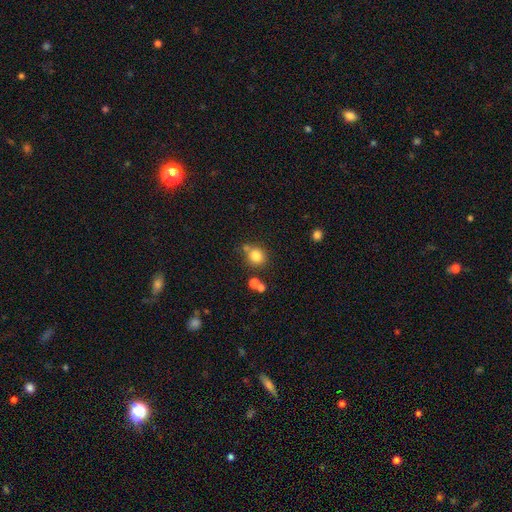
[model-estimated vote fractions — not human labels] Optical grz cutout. It shows a smooth galaxy with no disk features (80%) that is round (86%). Merging: none (69%).